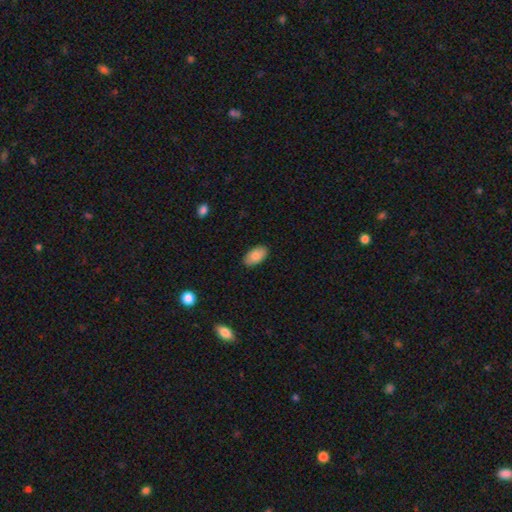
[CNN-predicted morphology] Smooth or featured: smooth — 84% (featured or disk — 10%)
How rounded: in between — 95% (round — 4%)
Merging: none — 89% (minor disturbance — 9%)